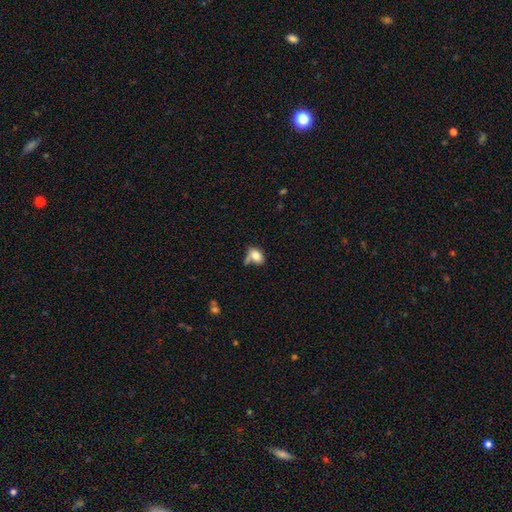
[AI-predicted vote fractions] Smooth or featured? smooth (78%)
How rounded? in between (76%)
Merging? none (43%)